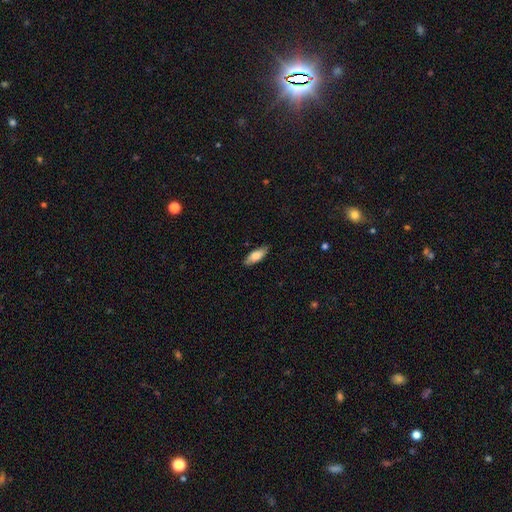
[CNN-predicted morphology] A smooth galaxy with no disk features (72%) that is in between round and cigar-shaped (68%). Merging: none (86%).